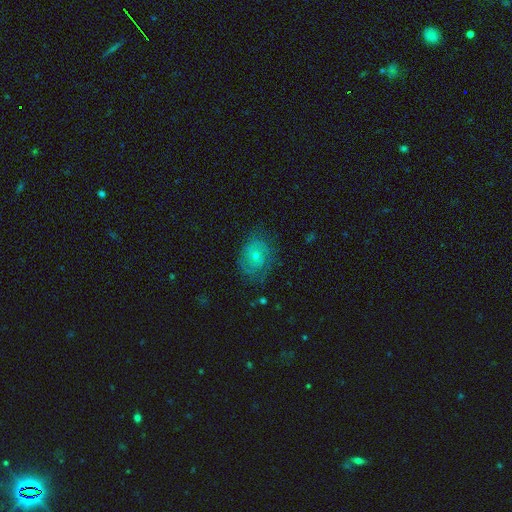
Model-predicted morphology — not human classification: The model was most divided on "smooth or featured": featured or disk: 45%, smooth: 43%, star or artifact: 13%. More confident: merging — none (69%).